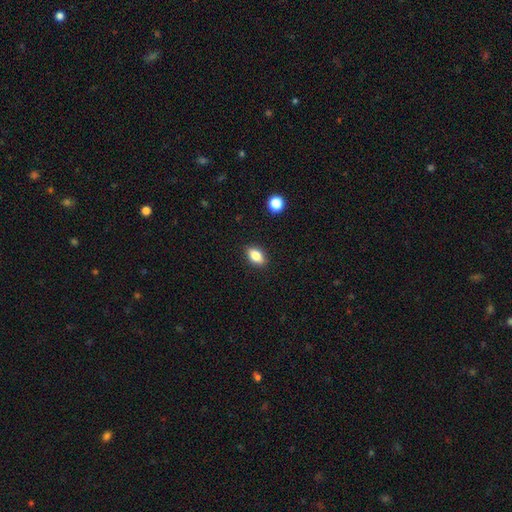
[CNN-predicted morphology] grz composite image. It shows a smooth galaxy with no disk features (81%) that is in between round and cigar-shaped (85%). Merging: none (88%).